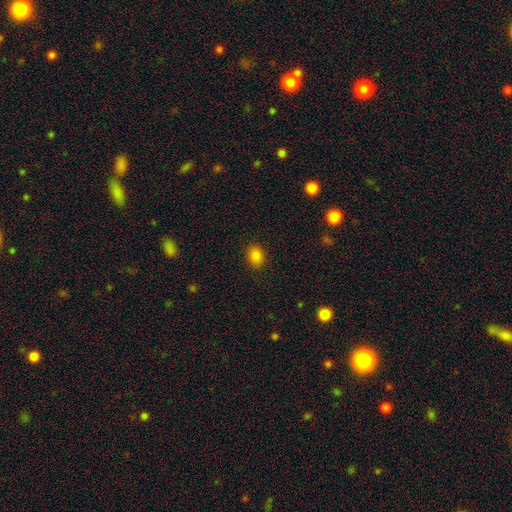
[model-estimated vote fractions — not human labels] Smooth or featured? Predicted: smooth (p=0.84). How rounded? Predicted: in between (p=0.55). Merging? Predicted: none (p=0.88).